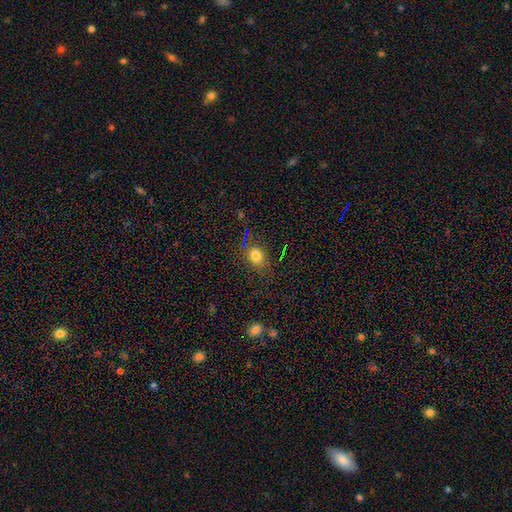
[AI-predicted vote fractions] smooth_or_featured: smooth (p=0.76) [alt: star or artifact p=0.16]
how_rounded: round (p=0.50) [alt: in between p=0.49]
merging: none (p=0.79) [alt: minor disturbance p=0.14]